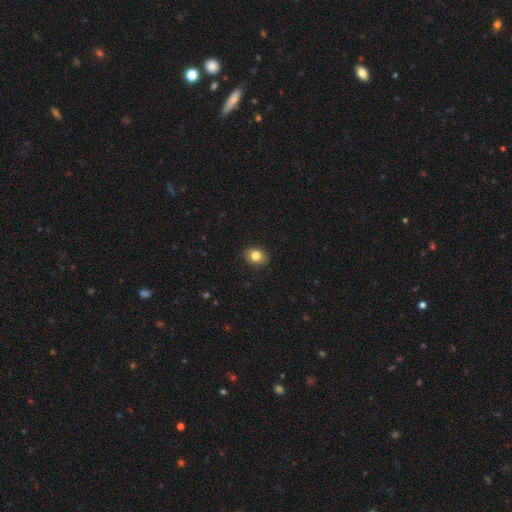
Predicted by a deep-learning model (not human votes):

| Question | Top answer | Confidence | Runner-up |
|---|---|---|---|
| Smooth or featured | smooth | 83% | star or artifact (10%) |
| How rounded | in between | 50% | round (49%) |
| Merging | none | 88% | minor disturbance (9%) |